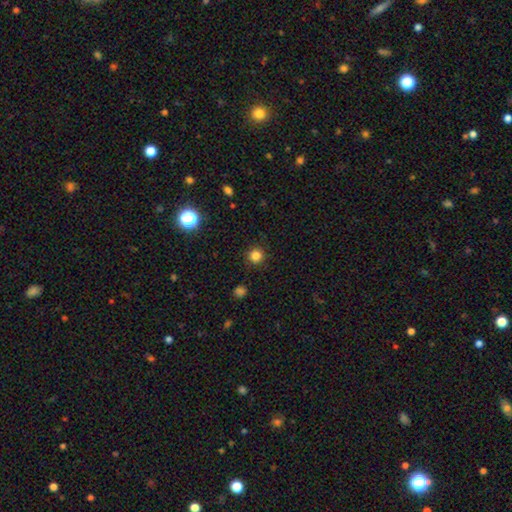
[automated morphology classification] type=smooth (82%); roundness=round (95%); merging=none (91%).